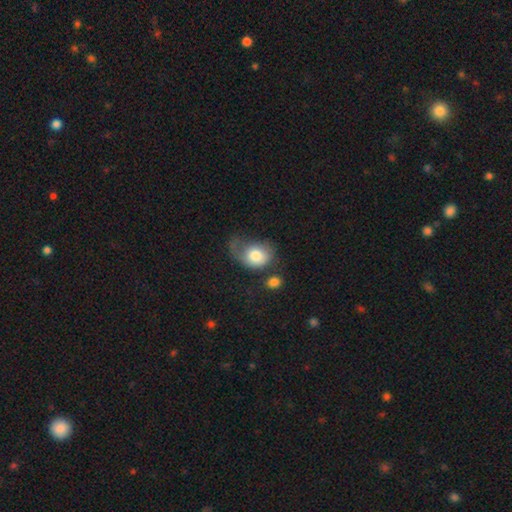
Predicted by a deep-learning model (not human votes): Smooth or featured? Predicted: smooth (p=0.74). How rounded? Predicted: in between (p=0.53). Merging? Predicted: major disturbance (p=0.40).